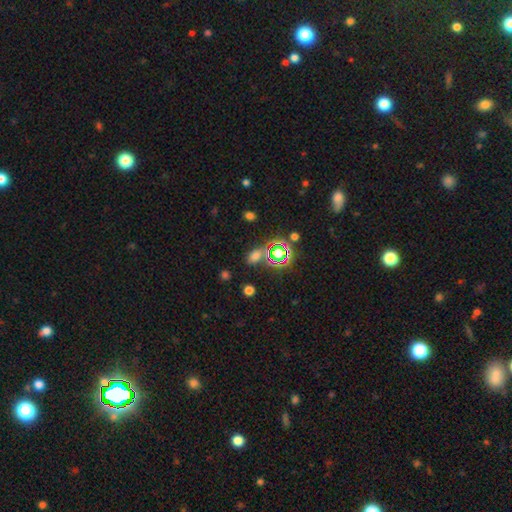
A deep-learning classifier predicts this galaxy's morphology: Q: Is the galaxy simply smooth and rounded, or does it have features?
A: smooth — 57%.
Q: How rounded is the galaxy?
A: in between — 72%.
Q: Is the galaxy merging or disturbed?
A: none — 70%.